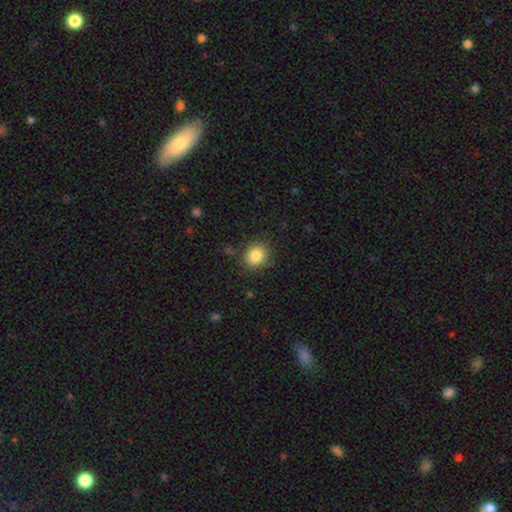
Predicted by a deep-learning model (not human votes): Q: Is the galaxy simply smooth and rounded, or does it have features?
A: smooth — 83%.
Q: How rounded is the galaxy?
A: round — 79%.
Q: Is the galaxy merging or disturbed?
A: none — 86%.